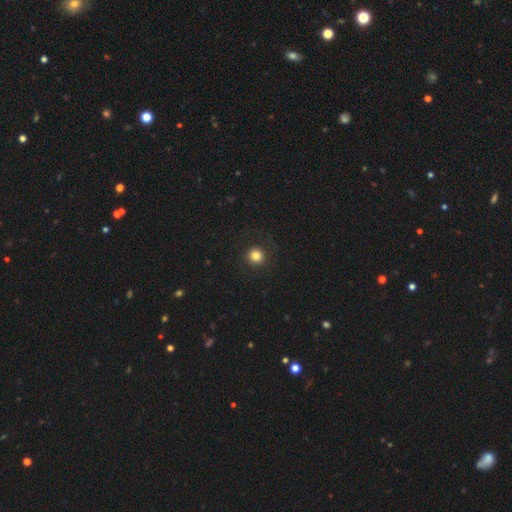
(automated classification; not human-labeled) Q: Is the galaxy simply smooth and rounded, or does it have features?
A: smooth — 83%.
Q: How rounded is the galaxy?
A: round — 94%.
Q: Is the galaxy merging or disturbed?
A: none — 89%.